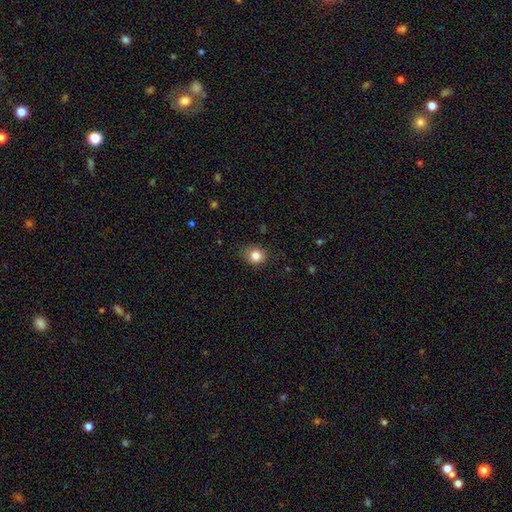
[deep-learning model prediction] smooth 84%, star or artifact 11%, featured or disk 6%. Down the decision tree: how rounded — round (70%); merging — none (77%).